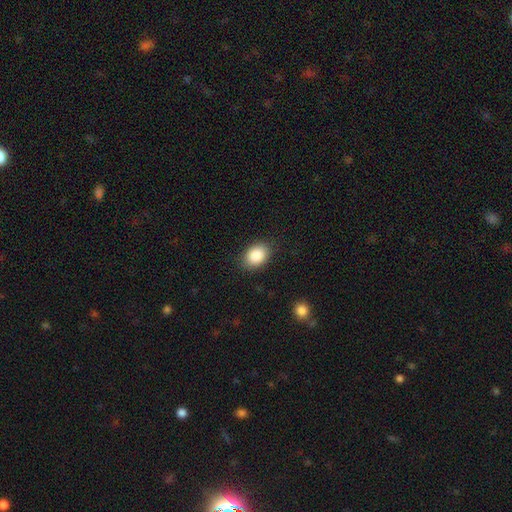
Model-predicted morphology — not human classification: The model was most divided on "how rounded": in between: 77%, round: 22%, cigar-shaped: 1%. More confident: smooth or featured — smooth (88%); merging — none (86%).